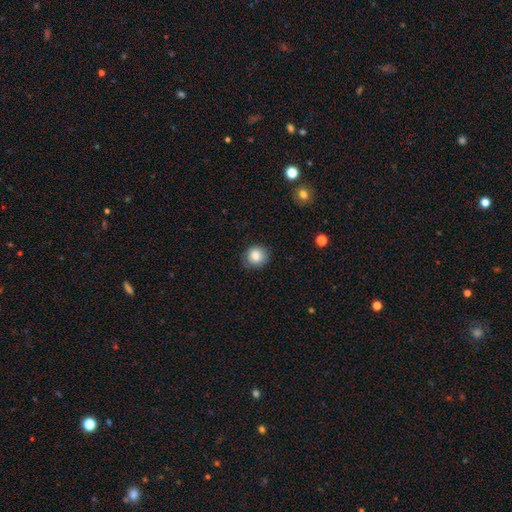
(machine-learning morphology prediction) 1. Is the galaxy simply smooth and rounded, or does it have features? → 85% smooth, 9% star or artifact, 6% featured or disk.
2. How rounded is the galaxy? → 86% round, 13% in between, 1% cigar-shaped.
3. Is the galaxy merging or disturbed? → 79% none, 16% minor disturbance, 3% major disturbance, 1% merger.